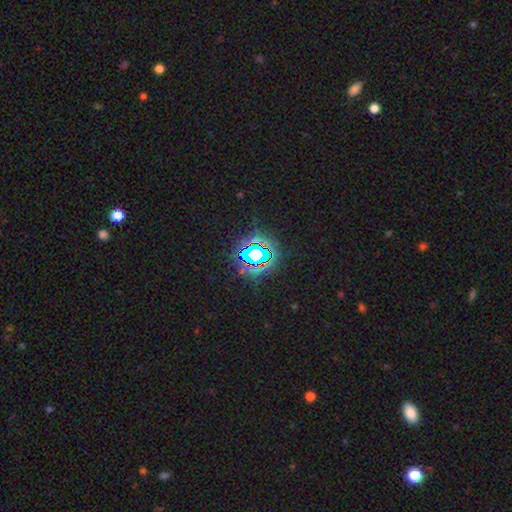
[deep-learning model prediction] Smooth or featured? Predicted: star or artifact (p=0.75).